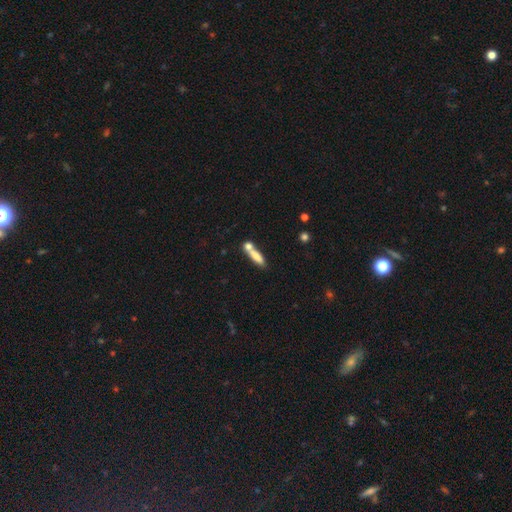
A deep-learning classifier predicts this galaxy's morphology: smooth-or-featured: smooth: 72% | featured or disk: 20% | star or artifact: 8%
  how-rounded: cigar-shaped: 63% | in between: 34% | round: 3%
  merging: none: 43% | merger: 40% | minor disturbance: 12% | major disturbance: 5%